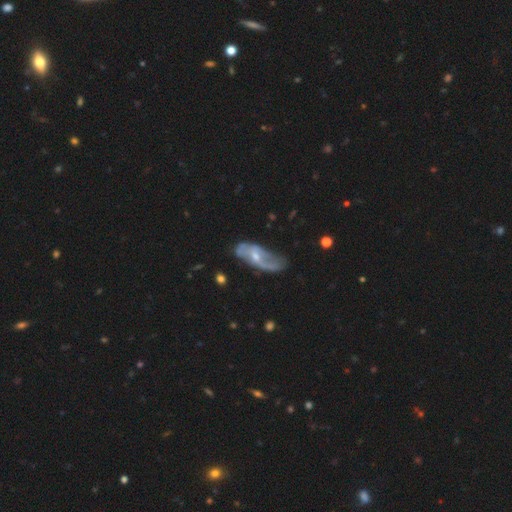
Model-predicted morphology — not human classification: smooth-or-featured: featured or disk: 71% | smooth: 23% | star or artifact: 6%
  disk-edge-on: no: 88% | yes: 12%
    bar: no: 51% | weak: 38% | strong: 11%
    has-spiral-arms: yes: 76% | no: 24%
    bulge-size: small: 52% | moderate: 43% | none: 3% | large: 2% | dominant: 1%
  merging: none: 46% | minor disturbance: 30% | major disturbance: 21% | merger: 4%